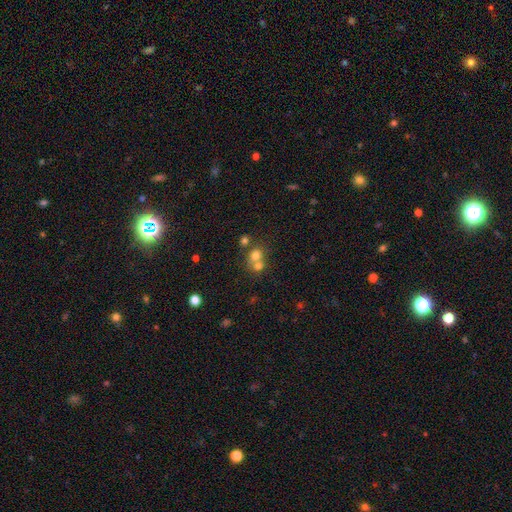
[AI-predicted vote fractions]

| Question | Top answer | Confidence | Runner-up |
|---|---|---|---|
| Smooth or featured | smooth | 71% | featured or disk (15%) |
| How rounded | round | 76% | in between (23%) |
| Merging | merger | 57% | none (34%) |